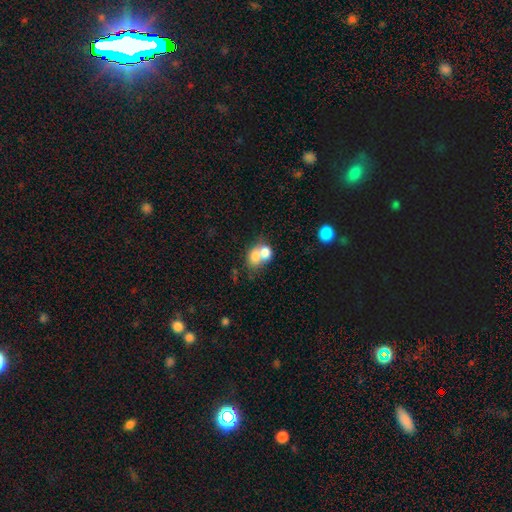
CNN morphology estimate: type=smooth (72%); roundness=in between (50%); merging=merger (66%).